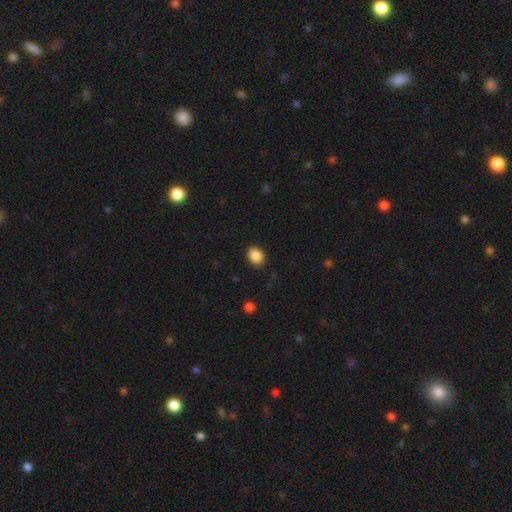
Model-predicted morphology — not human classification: smooth_or_featured: smooth (p=0.88) [alt: star or artifact p=0.08]
how_rounded: in between (p=0.57) [alt: round p=0.43]
merging: none (p=0.89) [alt: minor disturbance p=0.08]